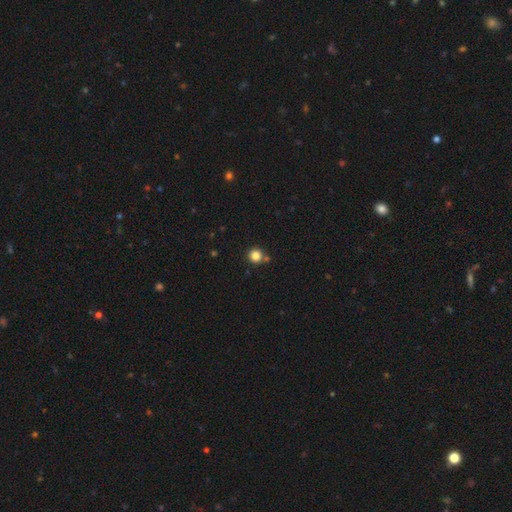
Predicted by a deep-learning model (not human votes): smooth 84%, star or artifact 12%, featured or disk 5%. Down the decision tree: how rounded — round (94%); merging — none (78%).